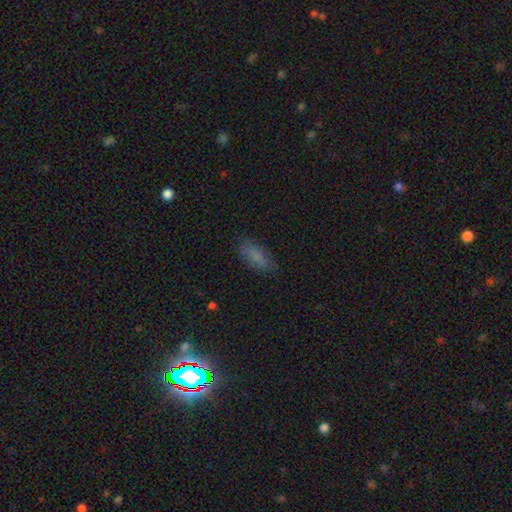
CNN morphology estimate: smooth_or_featured: smooth (p=0.79) [alt: star or artifact p=0.11]
how_rounded: in between (p=0.72) [alt: cigar-shaped p=0.26]
merging: none (p=0.81) [alt: minor disturbance p=0.14]